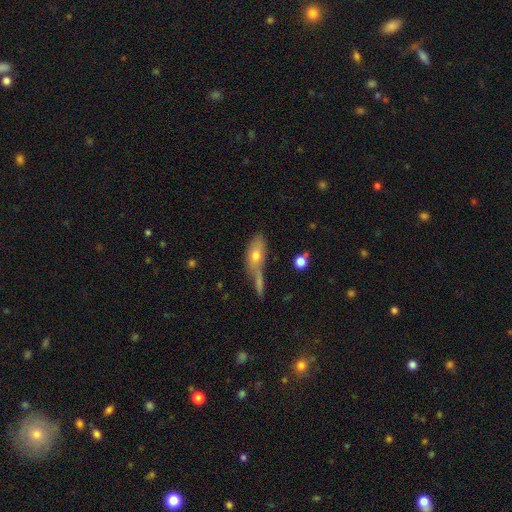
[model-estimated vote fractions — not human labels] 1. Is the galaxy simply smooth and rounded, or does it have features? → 65% smooth, 27% featured or disk, 8% star or artifact.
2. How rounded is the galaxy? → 73% in between, 21% cigar-shaped, 7% round.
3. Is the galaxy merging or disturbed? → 45% none, 30% merger, 16% minor disturbance, 8% major disturbance.